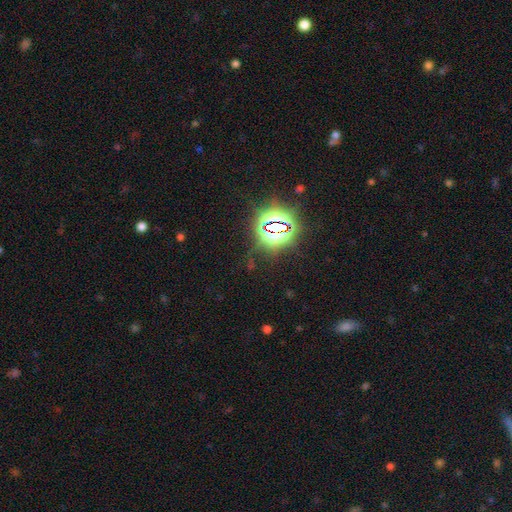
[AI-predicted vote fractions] A star or artifact, not a galaxy (82%).